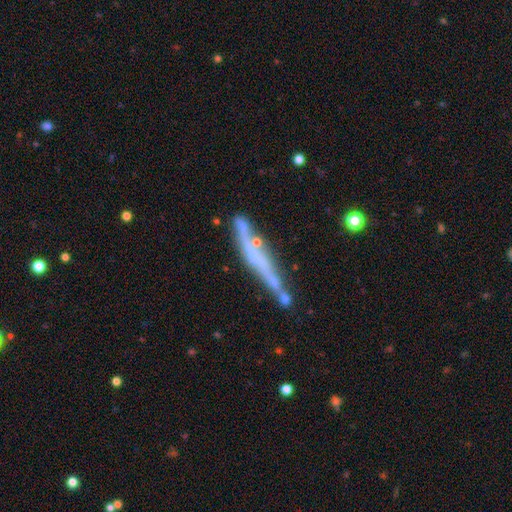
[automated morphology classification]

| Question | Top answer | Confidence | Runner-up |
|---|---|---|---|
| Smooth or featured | featured or disk | 62% | smooth (29%) |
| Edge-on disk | yes | 84% | no (16%) |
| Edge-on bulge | none | 73% | rounded (18%) |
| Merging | none | 55% | minor disturbance (23%) |